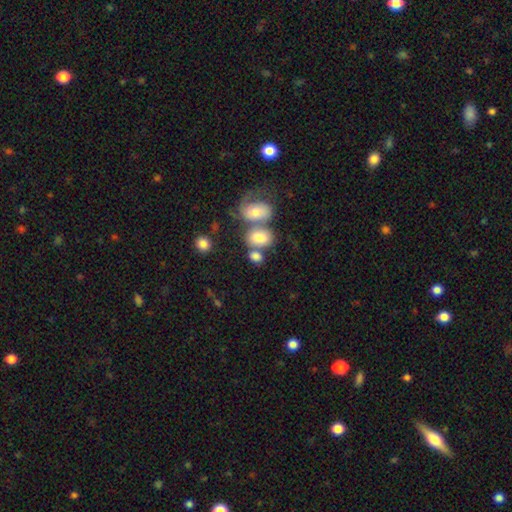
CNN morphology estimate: The model was most divided on "merging": merger: 45%, none: 36%, minor disturbance: 12%, major disturbance: 7%. More confident: smooth or featured — smooth (75%); how rounded — in between (72%).